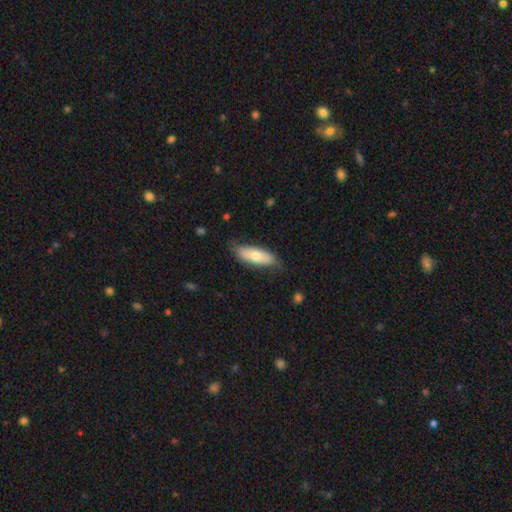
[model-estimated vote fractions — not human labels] The model was most divided on "how rounded": in between: 63%, cigar-shaped: 35%, round: 2%. More confident: merging — none (74%); smooth or featured — smooth (69%).